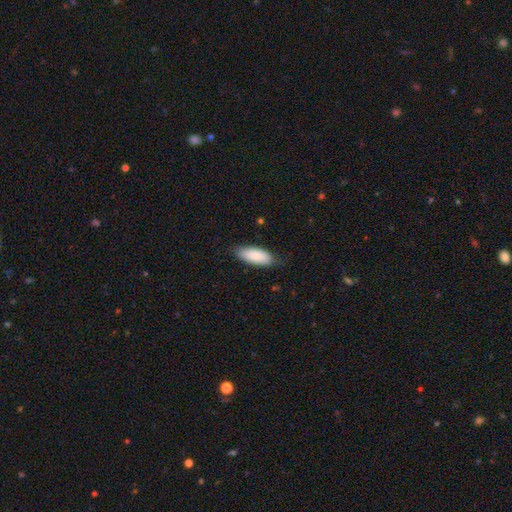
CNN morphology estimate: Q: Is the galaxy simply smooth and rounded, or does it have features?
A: smooth — 86%.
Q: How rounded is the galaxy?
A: in between — 81%.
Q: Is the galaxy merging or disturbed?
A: none — 79%.